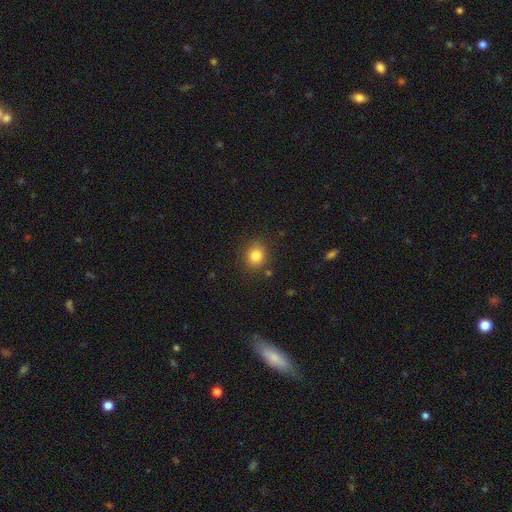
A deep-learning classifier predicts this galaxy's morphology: A smooth galaxy with no disk features (83%) that is round (83%). Merging: none (86%).